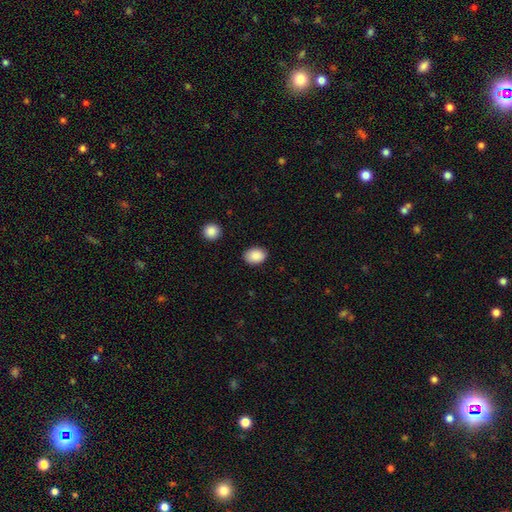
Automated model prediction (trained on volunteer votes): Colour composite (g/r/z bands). It shows a smooth galaxy with no disk features (90%) that is in between round and cigar-shaped (74%). Merging: none (86%).